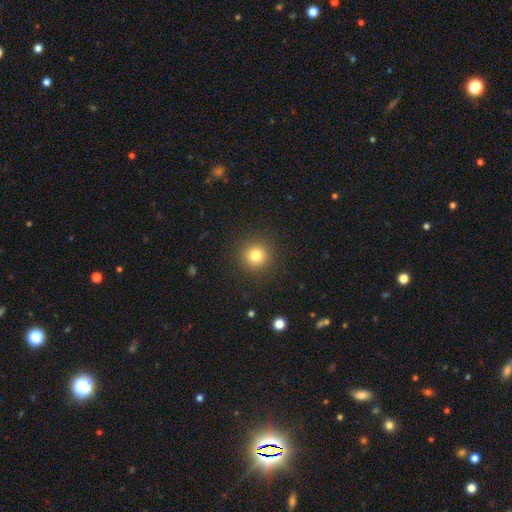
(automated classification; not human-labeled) Smooth or featured? smooth (80%)
How rounded? round (94%)
Merging? none (90%)